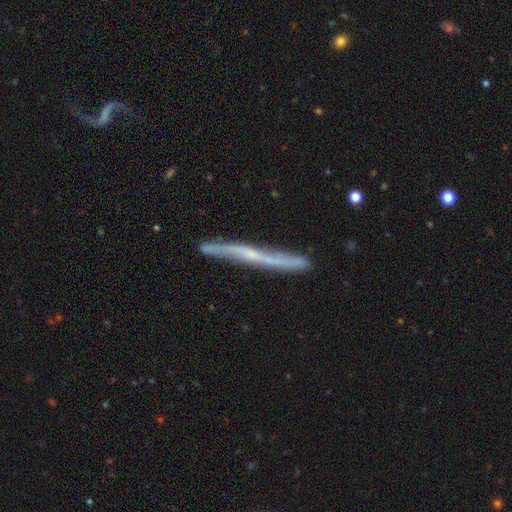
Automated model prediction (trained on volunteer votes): This appears to be a featured or disk galaxy (69%) viewed edge-on (91%) with no central bulge (65%). Merging: none (81%).